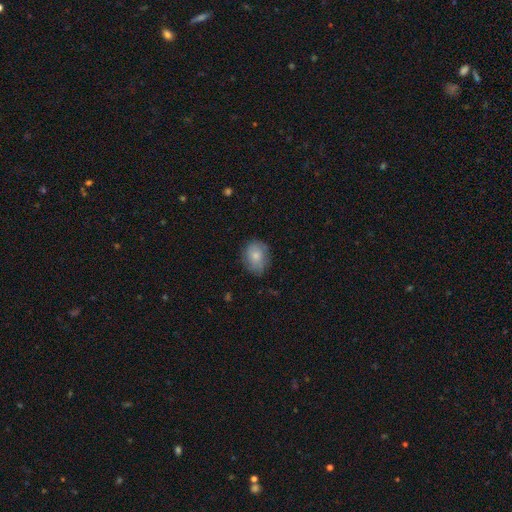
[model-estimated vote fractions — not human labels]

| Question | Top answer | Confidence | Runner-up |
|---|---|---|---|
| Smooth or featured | smooth | 77% | featured or disk (16%) |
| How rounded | in between | 51% | round (48%) |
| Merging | none | 72% | minor disturbance (22%) |